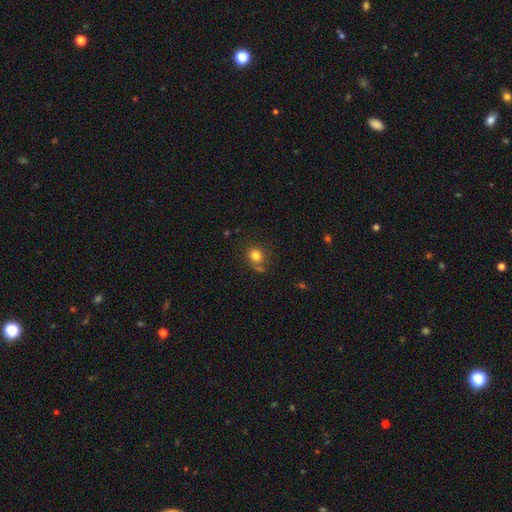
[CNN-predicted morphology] This appears to be a smooth galaxy with no disk features (81%) that is round (83%). Merging: none (71%).